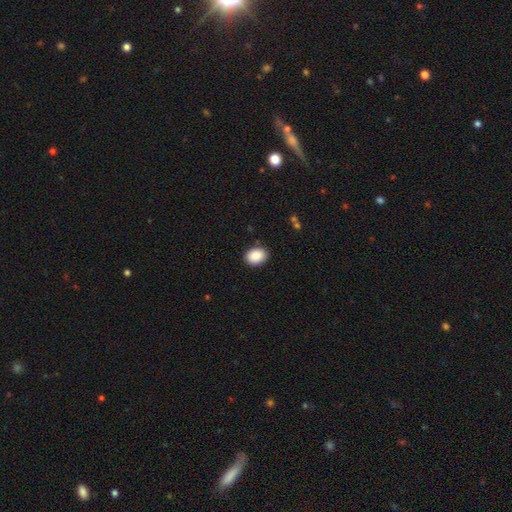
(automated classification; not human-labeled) Smooth or featured: smooth — 89% (star or artifact — 7%)
How rounded: in between — 68% (round — 31%)
Merging: none — 88% (minor disturbance — 8%)